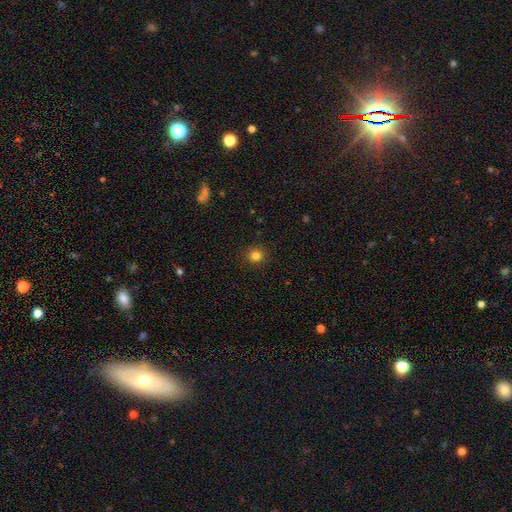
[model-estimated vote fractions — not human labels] Smooth or featured?
  - smooth: 83% *
  - star or artifact: 13%
  - featured or disk: 5%
How rounded?
  - round: 88% *
  - in between: 11%
  - cigar-shaped: 1%
Merging?
  - none: 91% *
  - minor disturbance: 6%
  - major disturbance: 2%
  - merger: 1%